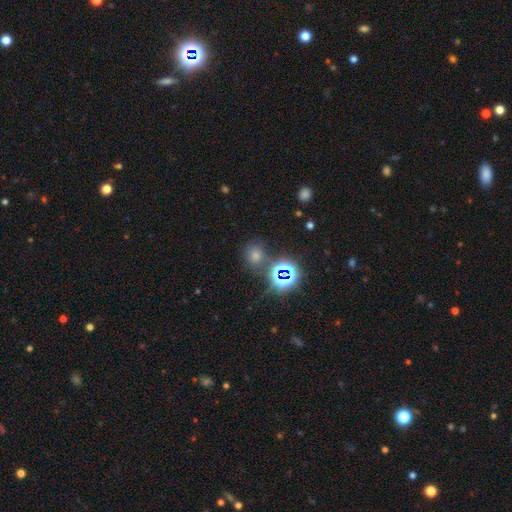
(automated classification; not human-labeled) This appears to be a star or artifact, not a galaxy (47%).